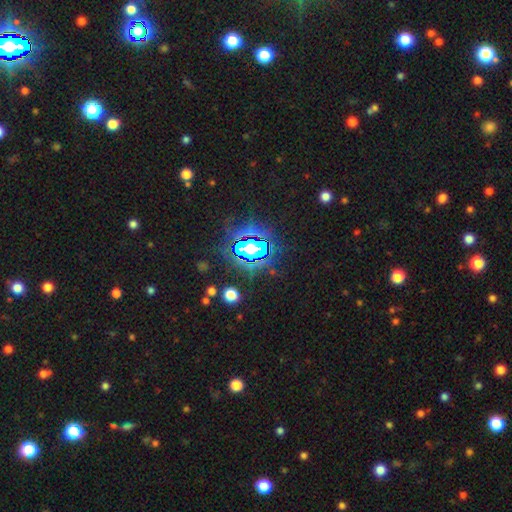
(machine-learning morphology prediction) Smooth or featured: star or artifact — 71% (smooth — 17%)